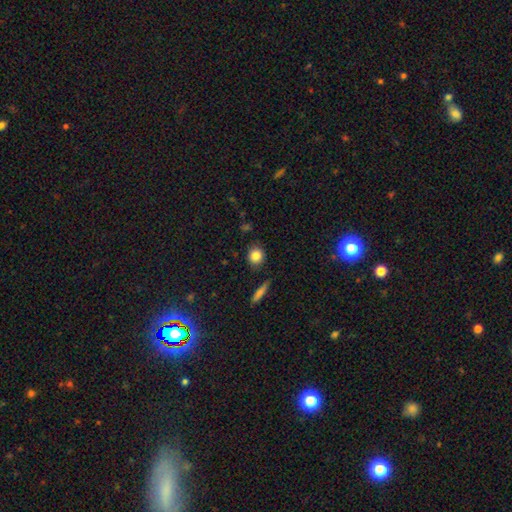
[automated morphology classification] This appears to be a smooth galaxy with no disk features (84%) that is round (77%). Merging: none (86%).